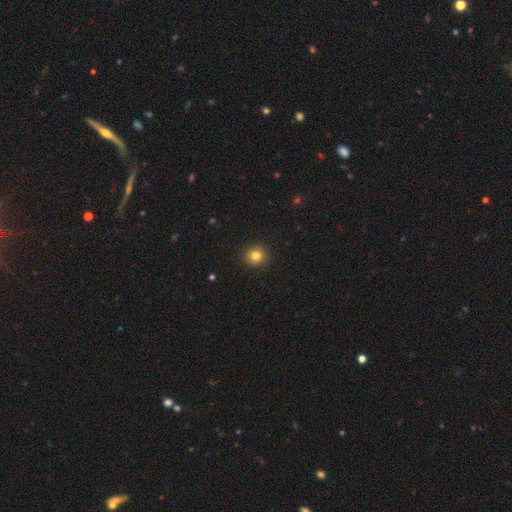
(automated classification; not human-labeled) Smooth or featured?
  - smooth: 82% *
  - star or artifact: 12%
  - featured or disk: 6%
How rounded?
  - round: 92% *
  - in between: 7%
  - cigar-shaped: 1%
Merging?
  - none: 93% *
  - minor disturbance: 5%
  - major disturbance: 2%
  - merger: 1%